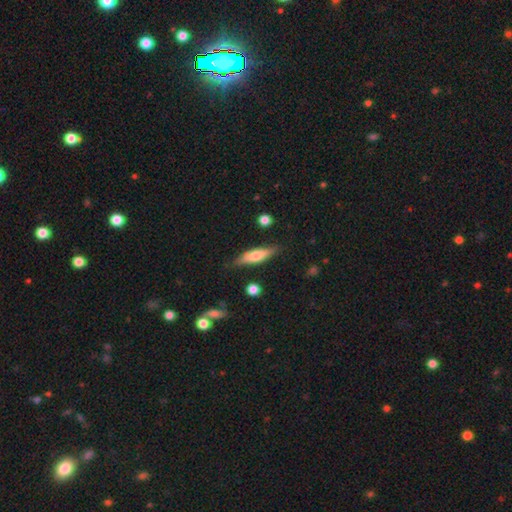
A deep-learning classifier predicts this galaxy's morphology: smooth-or-featured: smooth: 53% | featured or disk: 41% | star or artifact: 6%
  how-rounded: cigar-shaped: 65% | in between: 32% | round: 2%
  merging: none: 79% | minor disturbance: 15% | major disturbance: 3% | merger: 2%